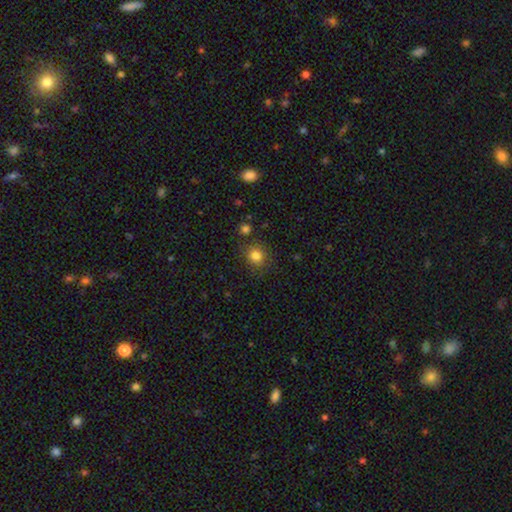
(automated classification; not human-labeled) Overall: smooth (81%). How rounded: round (87%). Merging: none (82%).